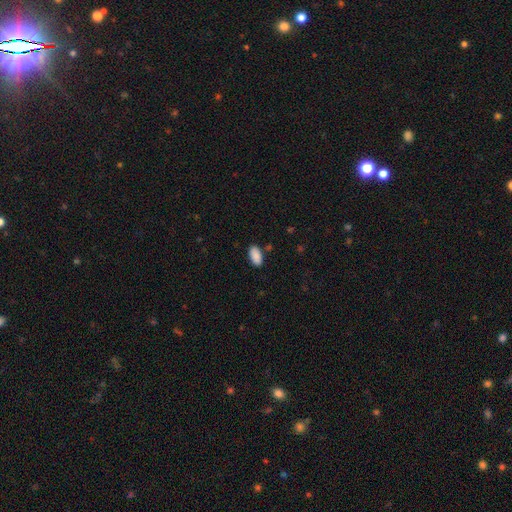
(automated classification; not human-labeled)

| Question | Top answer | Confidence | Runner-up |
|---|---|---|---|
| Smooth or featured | smooth | 90% | star or artifact (7%) |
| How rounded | in between | 94% | cigar-shaped (4%) |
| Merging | none | 85% | minor disturbance (11%) |